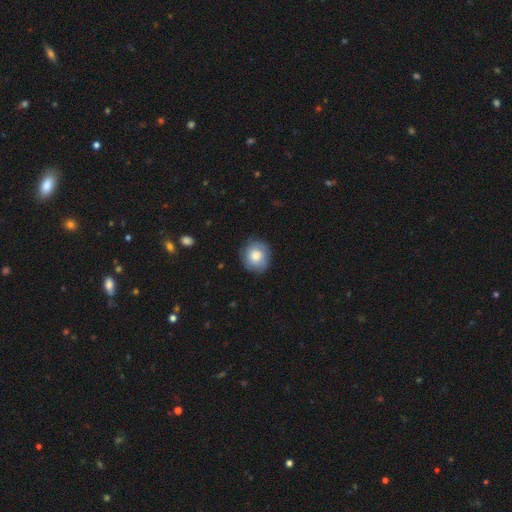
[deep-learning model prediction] This appears to be a smooth galaxy with no disk features (71%) that is round (88%). Merging: none (84%).